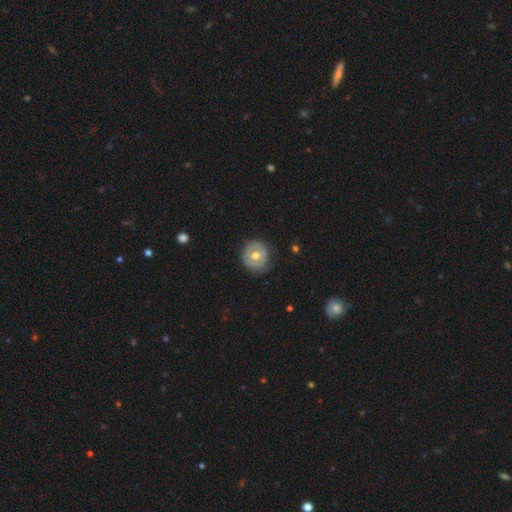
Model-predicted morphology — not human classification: Smooth or featured? smooth (48%)
Merging? none (76%)